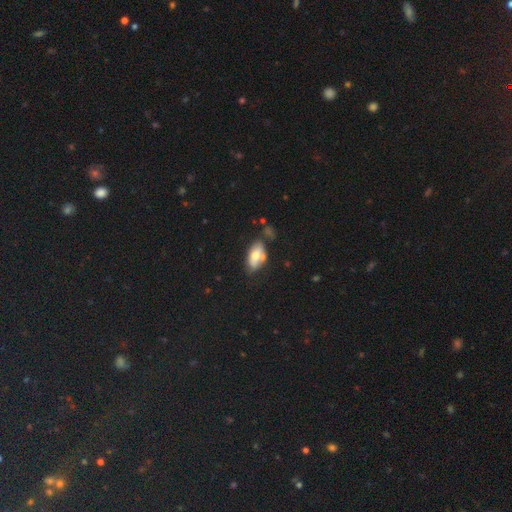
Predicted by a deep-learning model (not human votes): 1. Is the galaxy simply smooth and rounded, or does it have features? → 64% smooth, 28% featured or disk, 8% star or artifact.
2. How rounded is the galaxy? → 90% in between, 6% cigar-shaped, 4% round.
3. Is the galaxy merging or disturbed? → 54% none, 24% minor disturbance, 14% merger, 7% major disturbance.